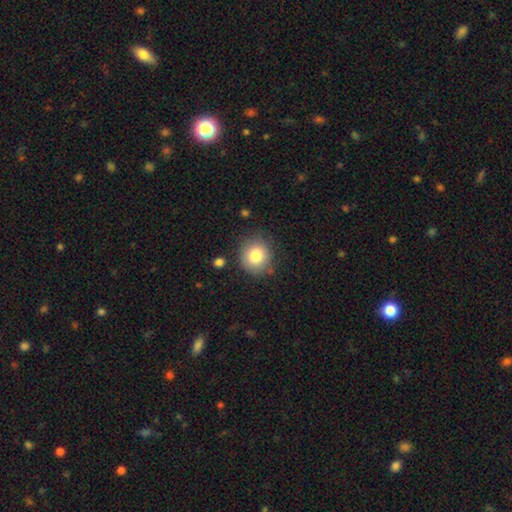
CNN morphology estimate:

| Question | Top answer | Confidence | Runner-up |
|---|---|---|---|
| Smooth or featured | smooth | 81% | star or artifact (9%) |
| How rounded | round | 85% | in between (14%) |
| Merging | none | 81% | minor disturbance (12%) |